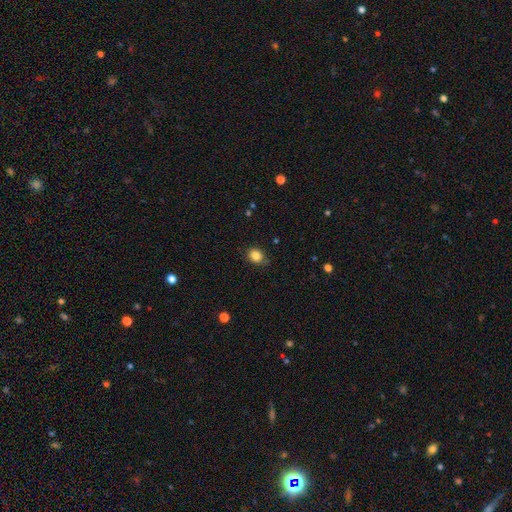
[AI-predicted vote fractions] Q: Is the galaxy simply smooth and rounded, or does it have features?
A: smooth — 85%.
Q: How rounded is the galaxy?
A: round — 53%.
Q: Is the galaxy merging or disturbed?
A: none — 77%.